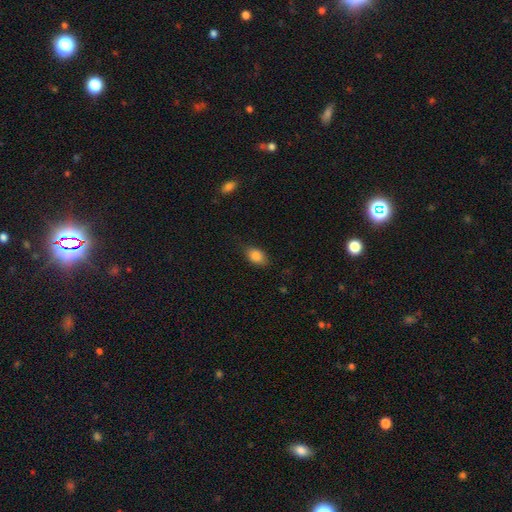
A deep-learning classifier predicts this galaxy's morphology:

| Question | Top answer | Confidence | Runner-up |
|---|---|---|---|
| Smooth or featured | smooth | 85% | star or artifact (8%) |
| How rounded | in between | 84% | round (14%) |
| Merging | none | 78% | minor disturbance (17%) |